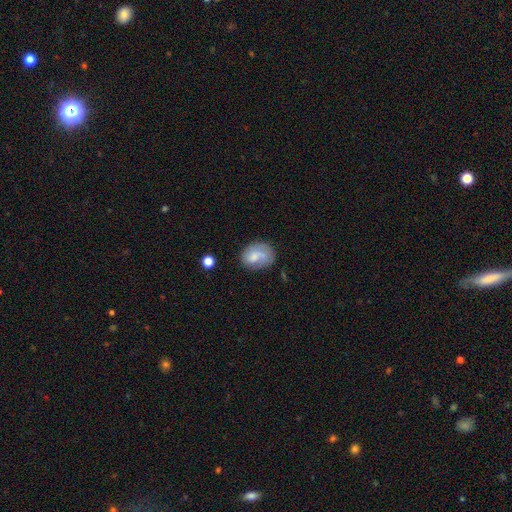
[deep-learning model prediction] A smooth galaxy with no disk features (65%) that is in between round and cigar-shaped (57%). Merging: none (57%).